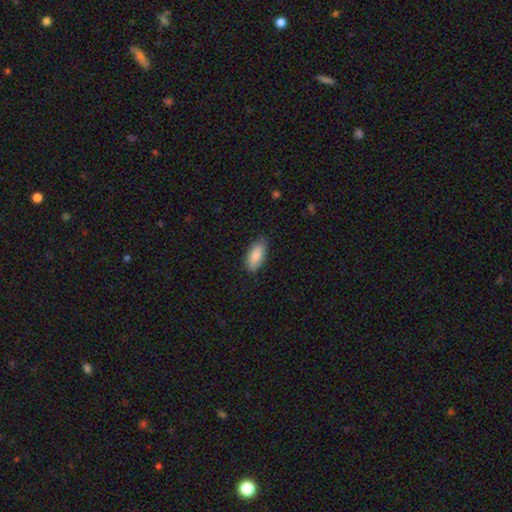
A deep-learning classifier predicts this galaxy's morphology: A smooth galaxy with no disk features (86%) that is in between round and cigar-shaped (90%). Merging: none (82%).